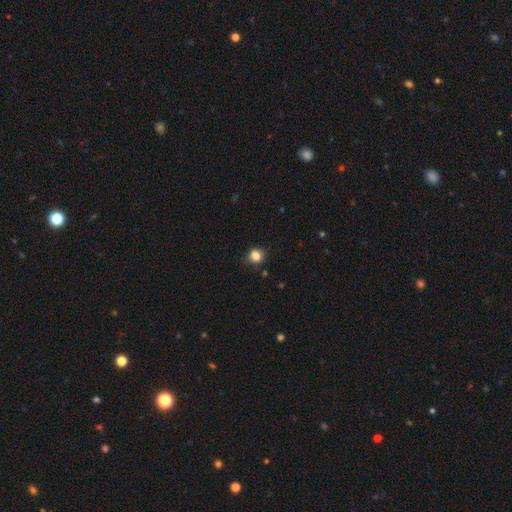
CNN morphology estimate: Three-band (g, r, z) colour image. It shows a smooth galaxy with no disk features (84%) that is round (76%). Merging: none (80%).